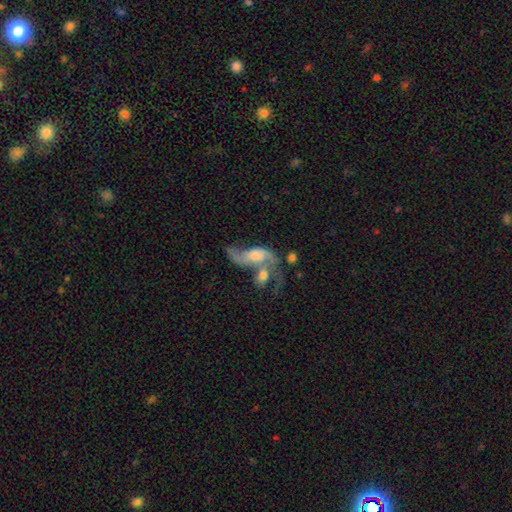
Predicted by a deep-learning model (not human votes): smooth-or-featured: featured or disk: 69% | smooth: 23% | star or artifact: 8%
  disk-edge-on: no: 93% | yes: 7%
    bar: no: 59% | weak: 32% | strong: 9%
    has-spiral-arms: yes: 86% | no: 14%
      spiral-winding: loose: 80% | medium: 16% | tight: 4%
      spiral-arm-count: 2: 81% | 1: 10% | can't tell: 6% | 3: 1% | 4: 1% | more than 4: 1%
    bulge-size: moderate: 35% | none: 21% | small: 21% | large: 19% | dominant: 3%
  merging: merger: 58% | none: 17% | major disturbance: 16% | minor disturbance: 9%